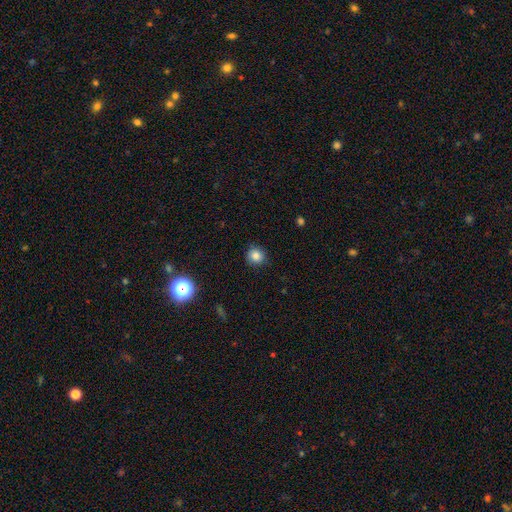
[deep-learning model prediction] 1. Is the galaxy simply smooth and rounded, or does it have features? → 82% smooth, 12% star or artifact, 6% featured or disk.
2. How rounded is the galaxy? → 90% round, 9% in between, 1% cigar-shaped.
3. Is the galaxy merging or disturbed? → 88% none, 9% minor disturbance, 2% major disturbance, 1% merger.